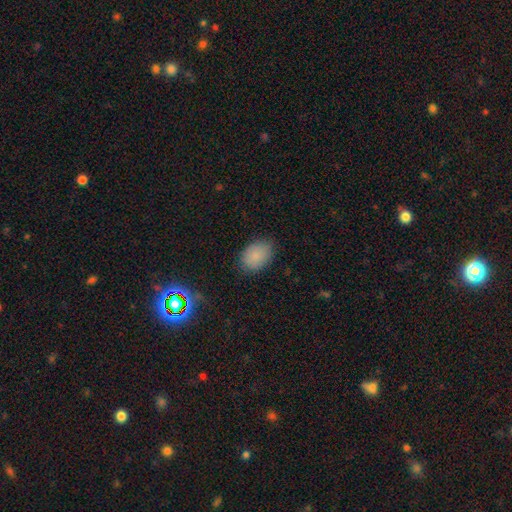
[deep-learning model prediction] A smooth galaxy with no disk features (84%) that is in between round and cigar-shaped (78%).

Vote fractions:
- Smooth or featured? smooth: 84% / star or artifact: 9% / featured or disk: 6%
- How rounded? in between: 78% / round: 21% / cigar-shaped: 1%
- Merging? none: 80% / minor disturbance: 16% / major disturbance: 3% / merger: 1%